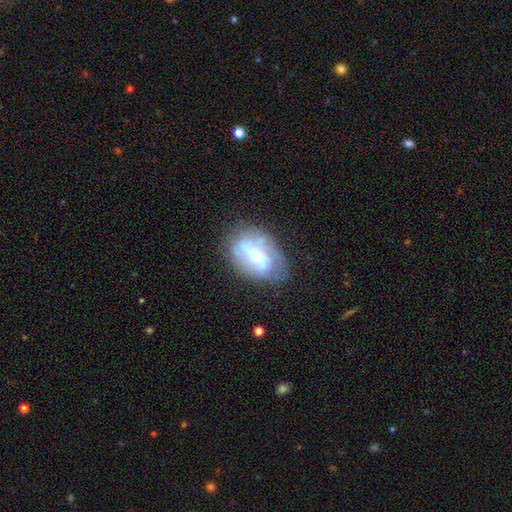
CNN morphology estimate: Smooth or featured?
  - featured or disk: 71% *
  - smooth: 21%
  - star or artifact: 8%
Edge-on disk?
  - no: 96% *
  - yes: 4%
Bar?
  - weak: 43% *
  - no: 30%
  - strong: 26%
Spiral arms?
  - yes: 79% *
  - no: 21%
Spiral winding?
  - medium: 41% *
  - loose: 32%
  - tight: 28%
Spiral arm count?
  - 2: 50% *
  - can't tell: 28%
  - 3: 11%
  - 1: 5%
  - 4: 3%
  - more than 4: 2%
Bulge size?
  - small: 55% *
  - moderate: 36%
  - none: 4%
  - large: 4%
  - dominant: 1%
Merging?
  - none: 63% *
  - minor disturbance: 22%
  - major disturbance: 12%
  - merger: 3%